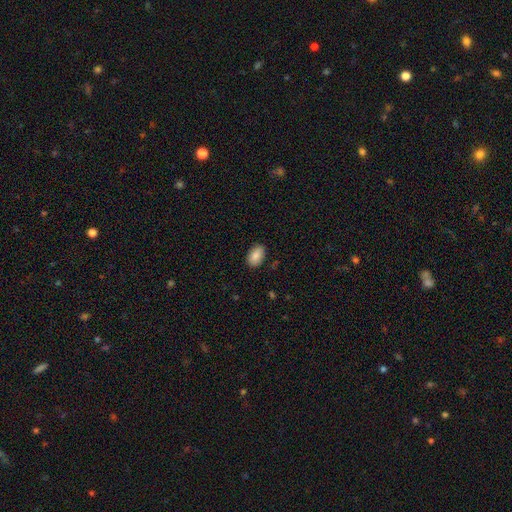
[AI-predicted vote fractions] The model was most divided on "merging": none: 85%, minor disturbance: 12%, major disturbance: 2%, merger: 1%. More confident: how rounded — in between (90%); smooth or featured — smooth (86%).